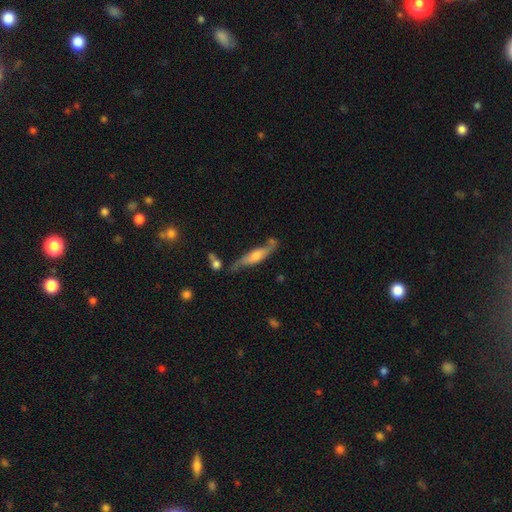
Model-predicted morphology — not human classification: type=featured or disk (60%); edge-on=yes (62%); merging=none (60%).